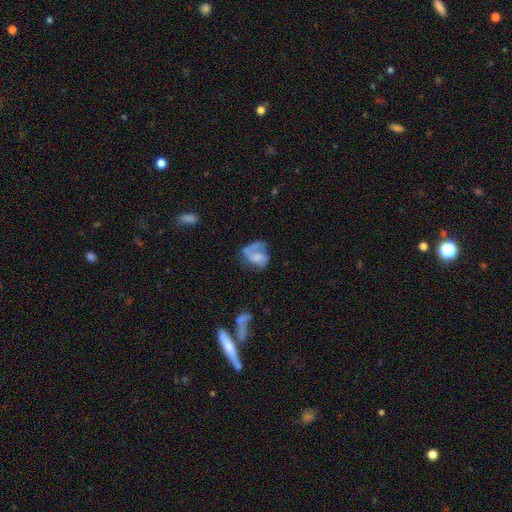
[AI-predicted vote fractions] Morphology: type=featured or disk (57%); edge-on=no (97%); bar=no (60%); spiral arms=yes (72%); bulge=none (42%); merging=none (38%).